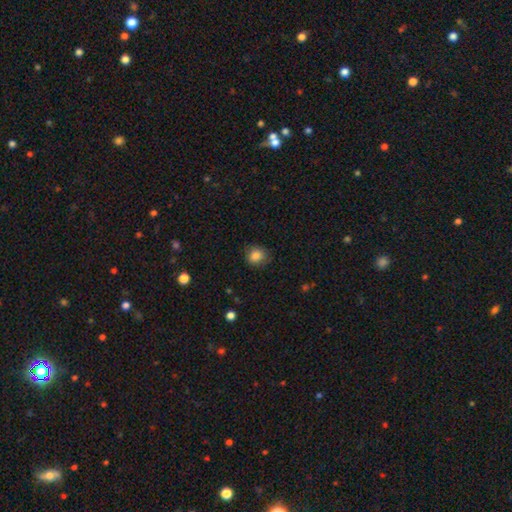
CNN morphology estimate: smooth_or_featured: smooth (p=0.84) [alt: star or artifact p=0.09]
how_rounded: round (p=0.80) [alt: in between p=0.19]
merging: none (p=0.79) [alt: minor disturbance p=0.16]